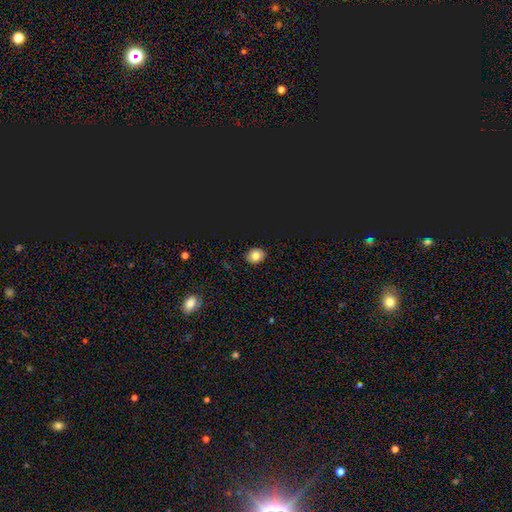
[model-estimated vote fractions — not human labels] smooth-or-featured: smooth: 76% | star or artifact: 15% | featured or disk: 9%
  how-rounded: round: 62% | in between: 37% | cigar-shaped: 1%
  merging: none: 89% | minor disturbance: 8% | major disturbance: 2% | merger: 1%